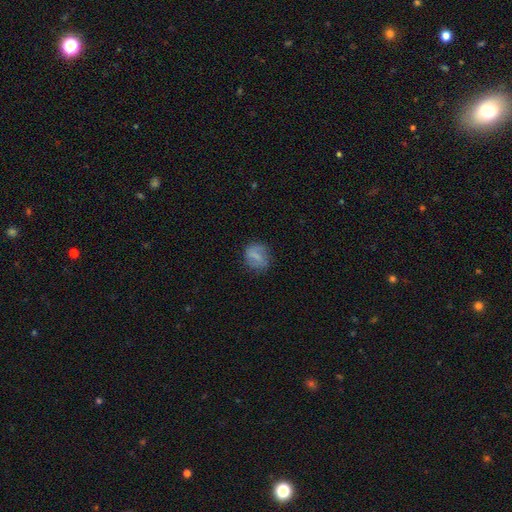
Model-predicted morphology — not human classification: type=smooth (56%); roundness=round (64%); merging=none (72%).